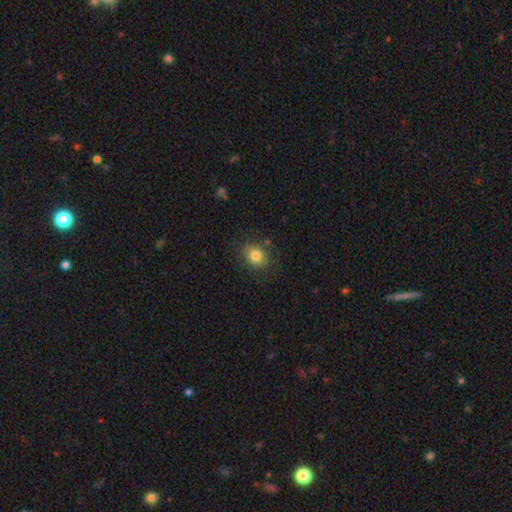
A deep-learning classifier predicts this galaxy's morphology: A smooth galaxy with no disk features (80%) that is round (55%). Merging: none (81%).